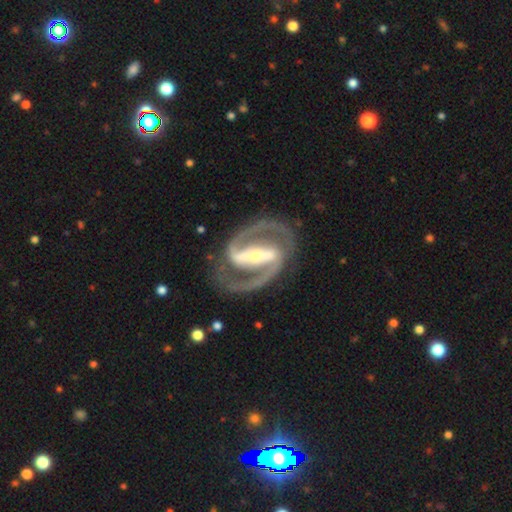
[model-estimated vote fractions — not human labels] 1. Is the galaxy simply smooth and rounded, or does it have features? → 94% featured or disk, 3% star or artifact, 3% smooth.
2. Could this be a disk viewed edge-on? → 97% no, 3% yes.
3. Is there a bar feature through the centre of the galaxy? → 84% strong, 12% weak, 5% no.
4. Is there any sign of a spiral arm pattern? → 98% yes, 2% no.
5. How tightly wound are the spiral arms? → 57% medium, 35% tight, 8% loose.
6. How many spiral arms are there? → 94% 2, 1% can't tell, 1% 3, 1% 1, 1% 4, 1% more than 4.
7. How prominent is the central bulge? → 59% small, 34% moderate, 4% large, 2% none, 1% dominant.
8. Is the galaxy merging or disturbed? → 84% none, 10% minor disturbance, 5% major disturbance, 2% merger.